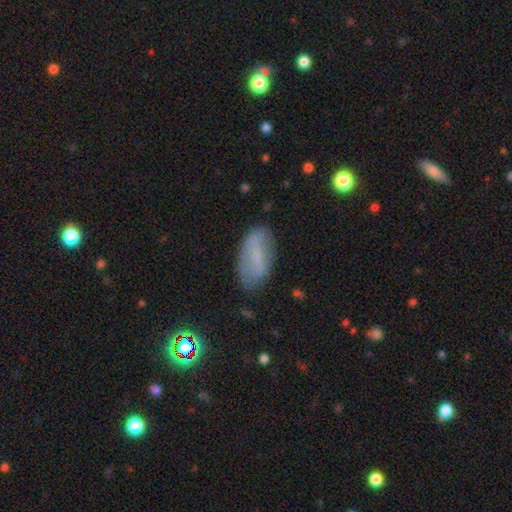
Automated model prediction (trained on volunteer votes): Overall: smooth (56%; featured or disk 33%). How rounded: in between (85%). Merging: none (76%).